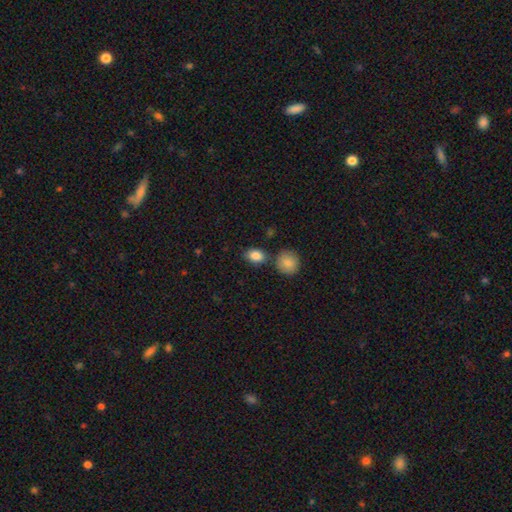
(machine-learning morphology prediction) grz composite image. It shows a smooth galaxy with no disk features (86%) that is in between round and cigar-shaped (73%). Merging: none (72%).